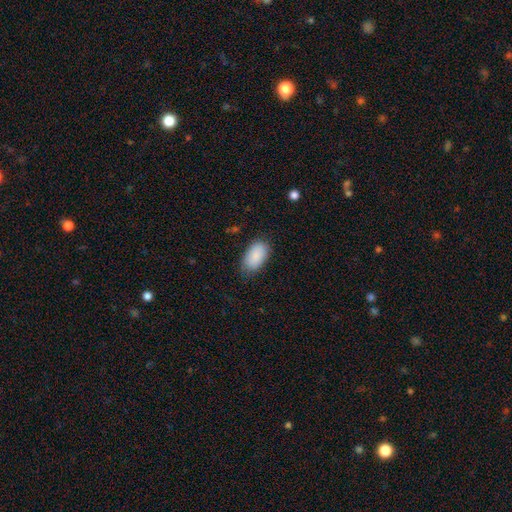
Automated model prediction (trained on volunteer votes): This appears to be a smooth galaxy with no disk features (89%) that is in between round and cigar-shaped (95%). Merging: none (77%).